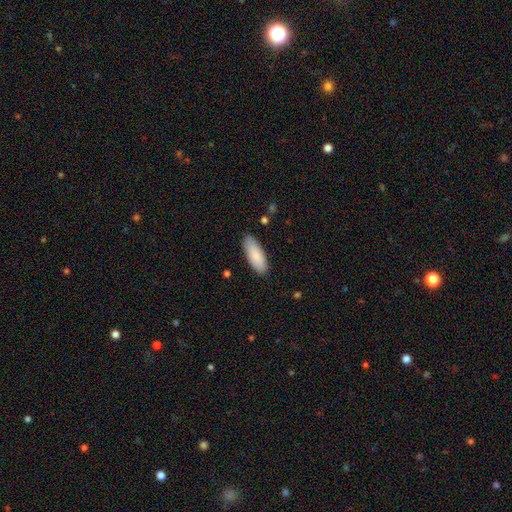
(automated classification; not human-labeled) This appears to be a smooth galaxy with no disk features (86%) that is in between round and cigar-shaped (75%). Merging: none (86%).